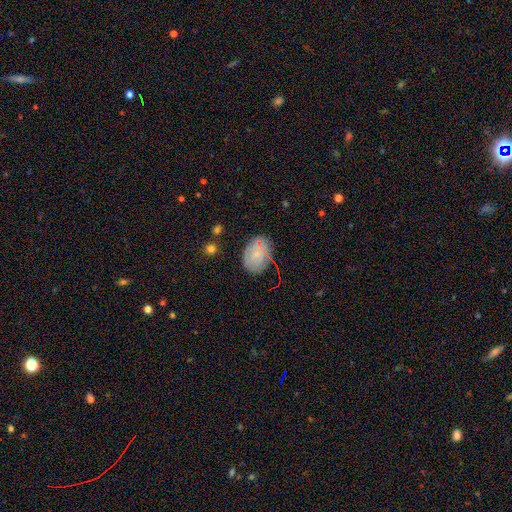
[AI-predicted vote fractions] A smooth galaxy with no disk features (54%) that is in between round and cigar-shaped (71%).

Vote fractions:
- Smooth or featured? smooth: 54% / featured or disk: 34% / star or artifact: 12%
- How rounded? in between: 71% / round: 28% / cigar-shaped: 1%
- Merging? none: 67% / minor disturbance: 21% / major disturbance: 7% / merger: 4%